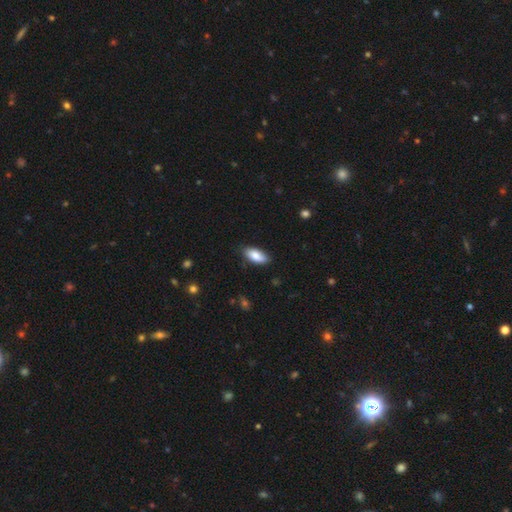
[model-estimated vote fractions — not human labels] This is clearly a smooth galaxy (85%). How rounded: clearly in between (87%). Merging: clearly none (82%).